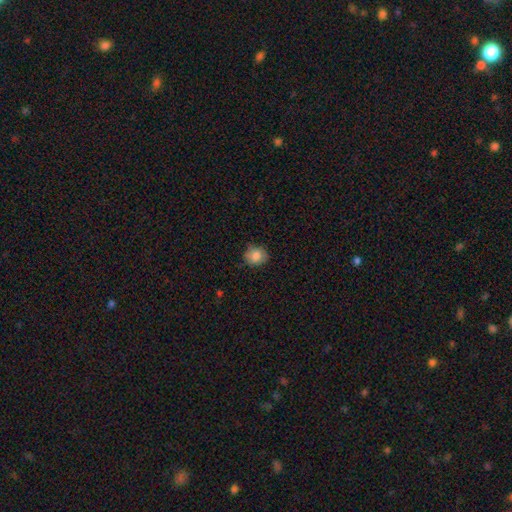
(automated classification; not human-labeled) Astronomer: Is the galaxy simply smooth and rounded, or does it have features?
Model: smooth — 83%.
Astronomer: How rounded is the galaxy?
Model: round — 71%.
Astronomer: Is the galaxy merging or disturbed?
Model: none — 78%.